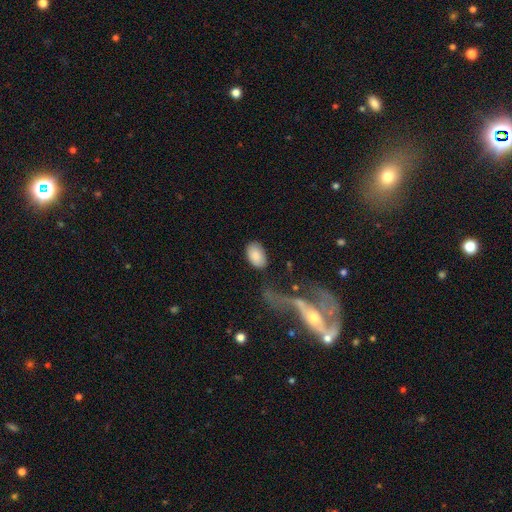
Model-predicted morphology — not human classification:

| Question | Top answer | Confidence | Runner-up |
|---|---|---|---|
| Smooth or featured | smooth | 86% | featured or disk (7%) |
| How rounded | in between | 91% | round (8%) |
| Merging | none | 75% | minor disturbance (15%) |